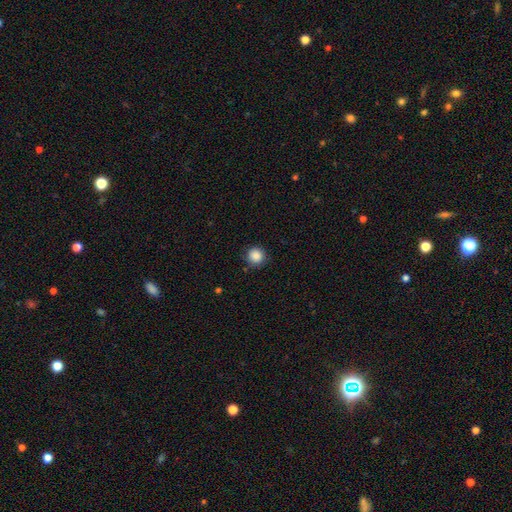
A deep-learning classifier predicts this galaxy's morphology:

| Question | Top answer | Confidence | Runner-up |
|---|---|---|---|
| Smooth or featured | smooth | 87% | star or artifact (10%) |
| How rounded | round | 93% | in between (6%) |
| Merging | none | 86% | minor disturbance (10%) |